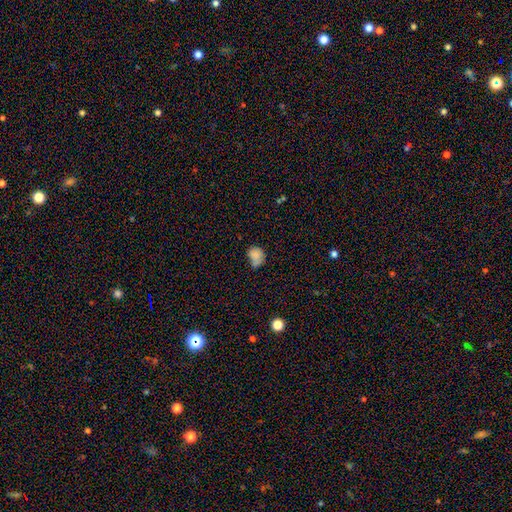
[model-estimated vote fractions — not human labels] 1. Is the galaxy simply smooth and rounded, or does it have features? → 78% smooth, 12% featured or disk, 10% star or artifact.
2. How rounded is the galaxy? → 61% round, 38% in between, 1% cigar-shaped.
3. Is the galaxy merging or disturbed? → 41% none, 30% minor disturbance, 18% merger, 11% major disturbance.